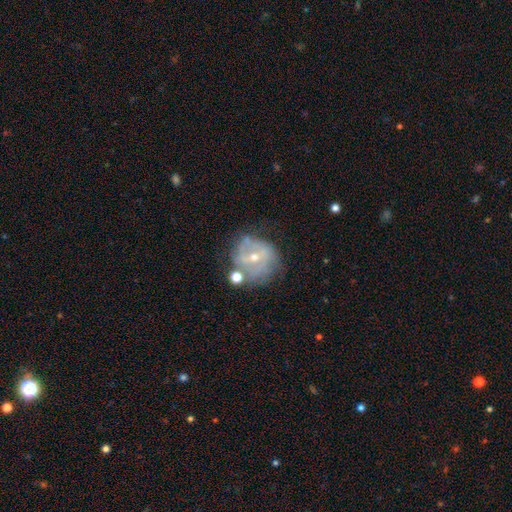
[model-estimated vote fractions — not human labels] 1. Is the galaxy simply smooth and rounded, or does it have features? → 71% featured or disk, 17% smooth, 12% star or artifact.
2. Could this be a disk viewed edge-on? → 97% no, 3% yes.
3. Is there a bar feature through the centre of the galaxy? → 46% no, 39% weak, 15% strong.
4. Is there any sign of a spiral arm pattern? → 76% yes, 24% no.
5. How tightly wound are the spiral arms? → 52% tight, 34% medium, 14% loose.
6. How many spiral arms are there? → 43% can't tell, 30% 2, 14% 3, 5% 4, 5% 1, 3% more than 4.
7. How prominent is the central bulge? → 56% small, 41% moderate, 1% none, 1% large, 1% dominant.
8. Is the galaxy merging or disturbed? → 59% none, 21% minor disturbance, 10% major disturbance, 10% merger.